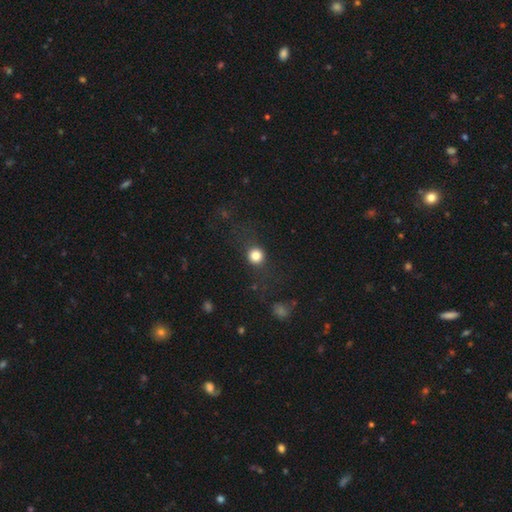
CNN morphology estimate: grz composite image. It shows a smooth galaxy with no disk features (79%) that is round (90%). Merging: none (79%).